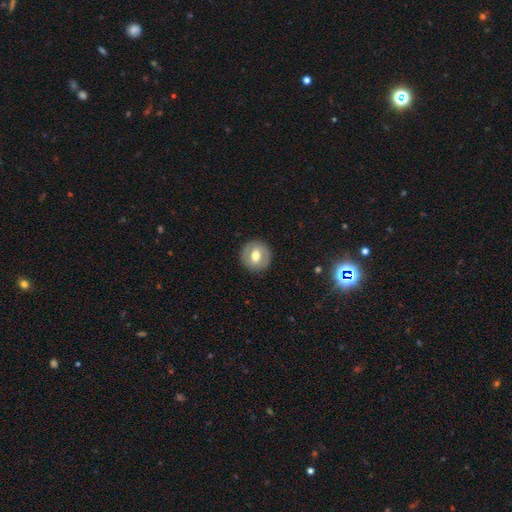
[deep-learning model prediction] A smooth galaxy with no disk features (53%) that is round (89%).

Vote fractions:
- Smooth or featured? smooth: 53% / featured or disk: 40% / star or artifact: 7%
- How rounded? round: 89% / in between: 10% / cigar-shaped: 1%
- Merging? none: 89% / minor disturbance: 7% / major disturbance: 3% / merger: 1%